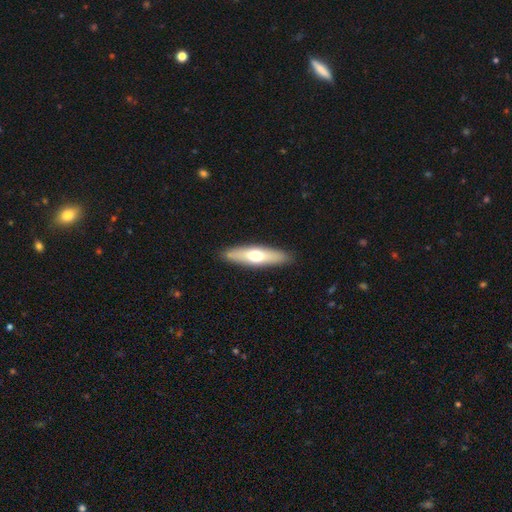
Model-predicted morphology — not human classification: Overall: smooth (55%; featured or disk 40%). How rounded: cigar-shaped (71%). Merging: none (89%).